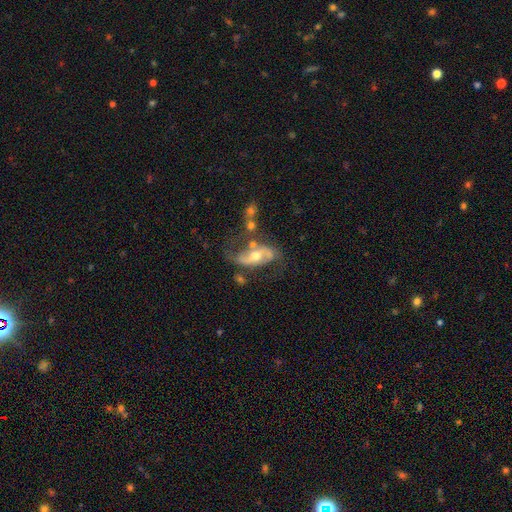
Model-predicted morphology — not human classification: A featured or disk galaxy (77%) with no bar (38%), 2 (86%) loose (56%) spiral arms (85%) and a moderate central bulge (70%). Merging: none (47%).